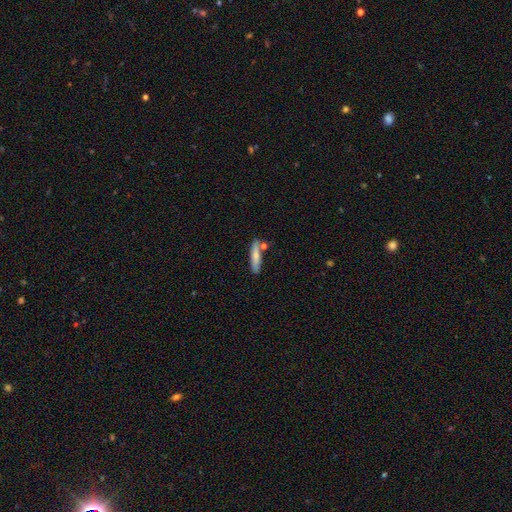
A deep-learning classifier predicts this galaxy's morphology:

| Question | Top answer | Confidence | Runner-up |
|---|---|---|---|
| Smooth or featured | smooth | 73% | featured or disk (21%) |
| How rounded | cigar-shaped | 82% | in between (16%) |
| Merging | none | 74% | minor disturbance (12%) |